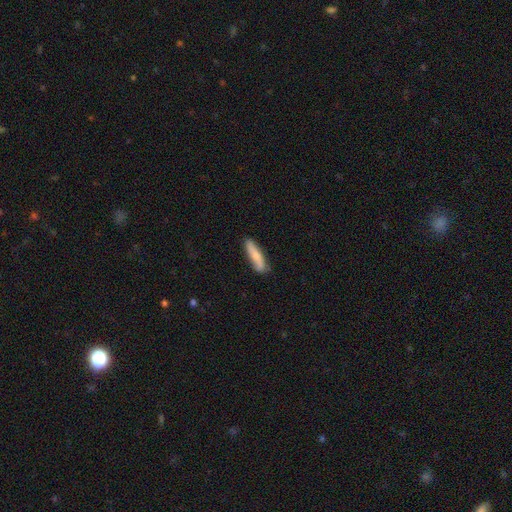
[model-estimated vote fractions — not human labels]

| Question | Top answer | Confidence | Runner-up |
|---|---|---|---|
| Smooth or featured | smooth | 70% | featured or disk (24%) |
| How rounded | cigar-shaped | 76% | in between (23%) |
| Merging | none | 75% | minor disturbance (19%) |